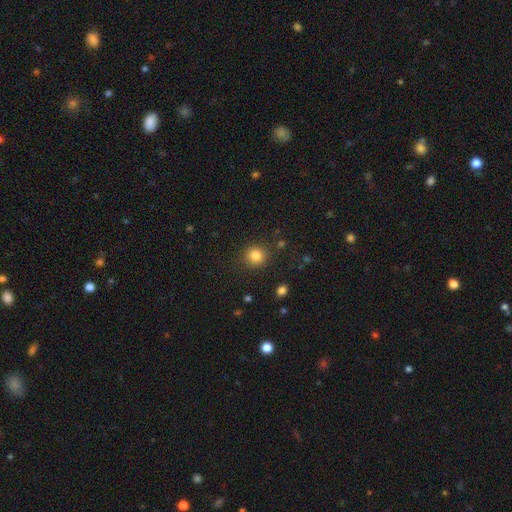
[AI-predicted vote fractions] Smooth or featured?
  - smooth: 83% *
  - star or artifact: 12%
  - featured or disk: 5%
How rounded?
  - round: 90% *
  - in between: 9%
  - cigar-shaped: 1%
Merging?
  - none: 88% *
  - minor disturbance: 7%
  - major disturbance: 3%
  - merger: 2%